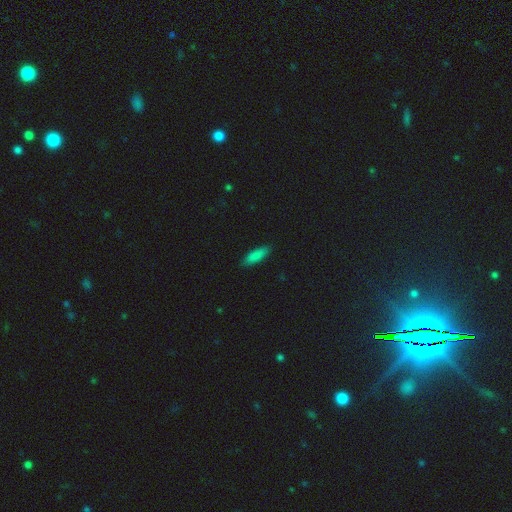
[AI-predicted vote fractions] Smooth or featured? smooth (86%)
How rounded? in between (52%)
Merging? none (87%)